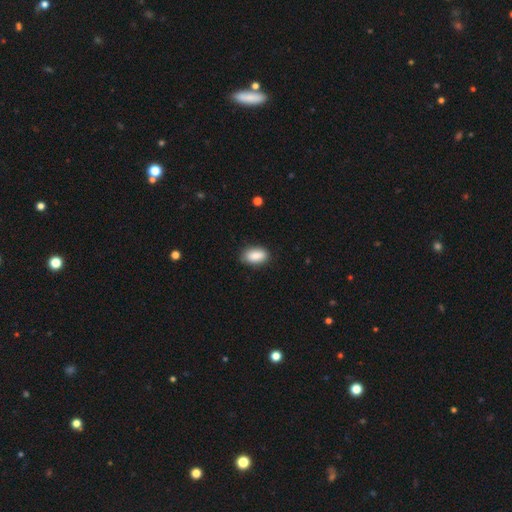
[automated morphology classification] Q: Smooth or featured?
A: smooth (89%); runner-up: star or artifact (7%)
Q: How rounded?
A: in between (92%); runner-up: round (4%)
Q: Merging?
A: none (84%); runner-up: minor disturbance (12%)